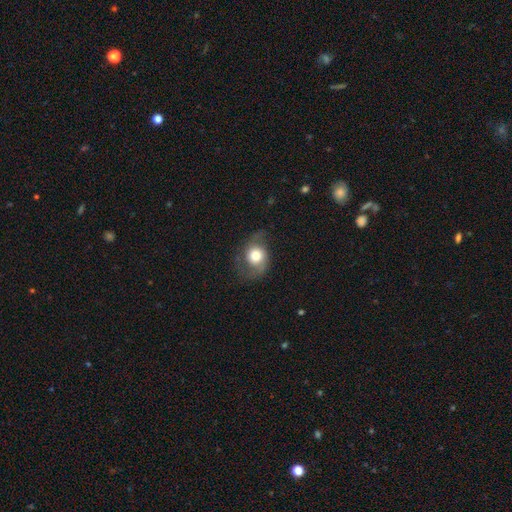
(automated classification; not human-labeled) The model was most divided on "smooth or featured": featured or disk: 48%, smooth: 44%, star or artifact: 8%. More confident: merging — none (58%).